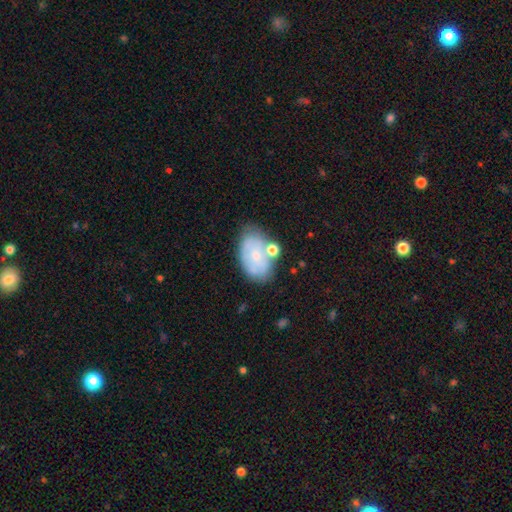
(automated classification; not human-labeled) Smooth or featured? smooth (52%)
How rounded? in between (88%)
Merging? none (52%)